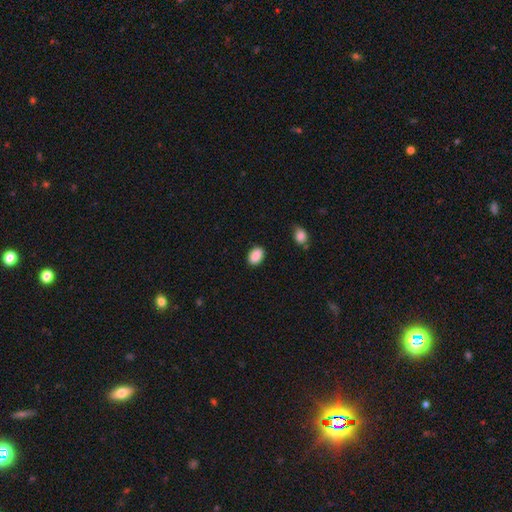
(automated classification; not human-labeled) Overall: smooth (89%). How rounded: in between (83%). Merging: none (86%).